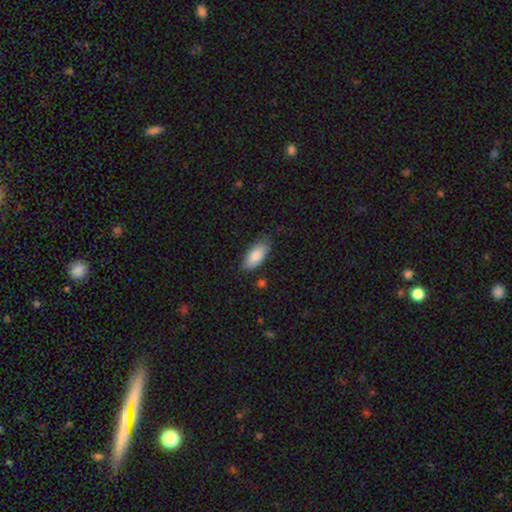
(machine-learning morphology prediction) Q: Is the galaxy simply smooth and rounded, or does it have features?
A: smooth — 85%.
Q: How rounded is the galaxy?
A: in between — 88%.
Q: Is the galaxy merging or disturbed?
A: none — 78%.